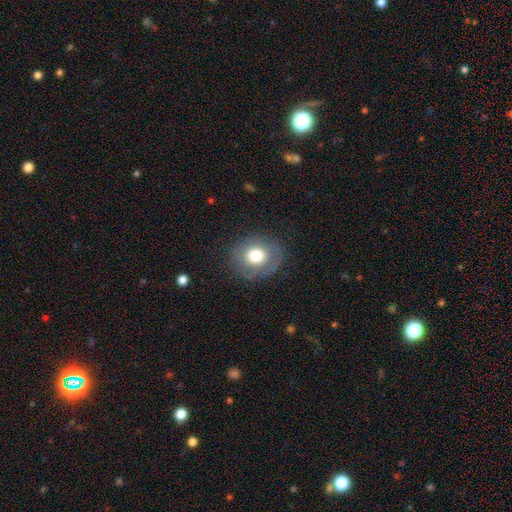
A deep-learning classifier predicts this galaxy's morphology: This appears to be a smooth galaxy with no disk features (70%) that is round (72%). Merging: none (81%).